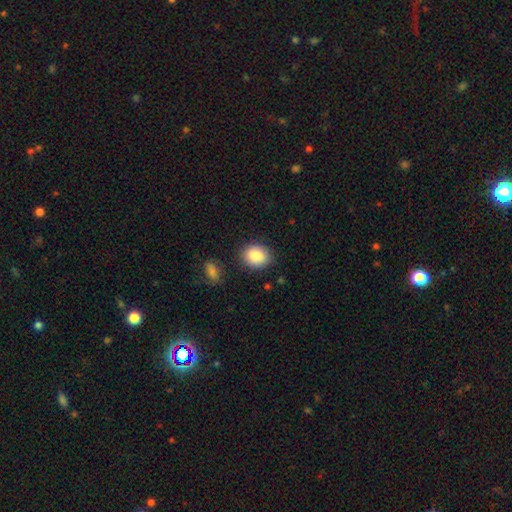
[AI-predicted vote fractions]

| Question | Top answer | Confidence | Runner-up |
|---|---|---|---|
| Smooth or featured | smooth | 87% | star or artifact (7%) |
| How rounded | in between | 51% | round (48%) |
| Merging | none | 83% | minor disturbance (12%) |